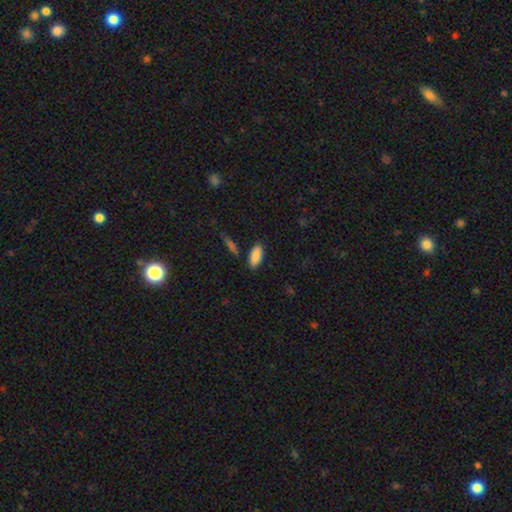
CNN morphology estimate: Smooth or featured? Predicted: smooth (p=0.89). How rounded? Predicted: in between (p=0.89). Merging? Predicted: none (p=0.85).